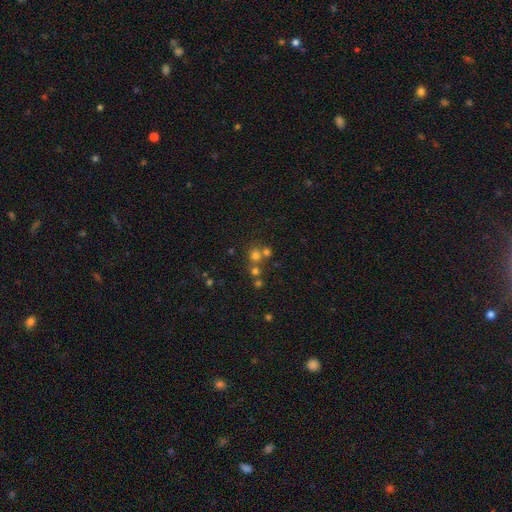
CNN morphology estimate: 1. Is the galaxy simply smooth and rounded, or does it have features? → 63% smooth, 24% star or artifact, 13% featured or disk.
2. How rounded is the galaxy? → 87% round, 12% in between, 1% cigar-shaped.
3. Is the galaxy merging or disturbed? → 54% none, 36% merger, 7% minor disturbance, 3% major disturbance.